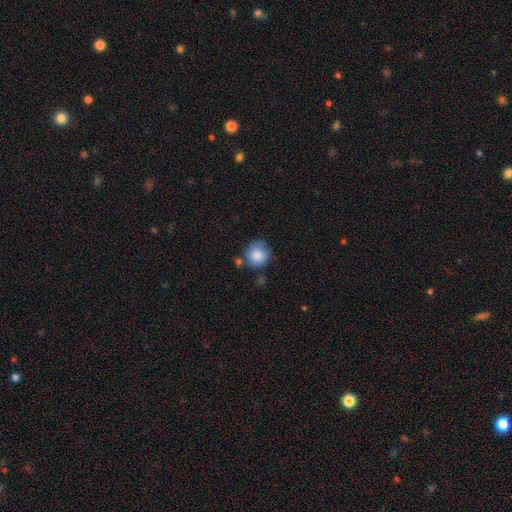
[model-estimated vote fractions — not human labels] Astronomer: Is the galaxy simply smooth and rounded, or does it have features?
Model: smooth — 86%.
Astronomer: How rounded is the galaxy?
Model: round — 91%.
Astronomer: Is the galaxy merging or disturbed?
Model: none — 67%.